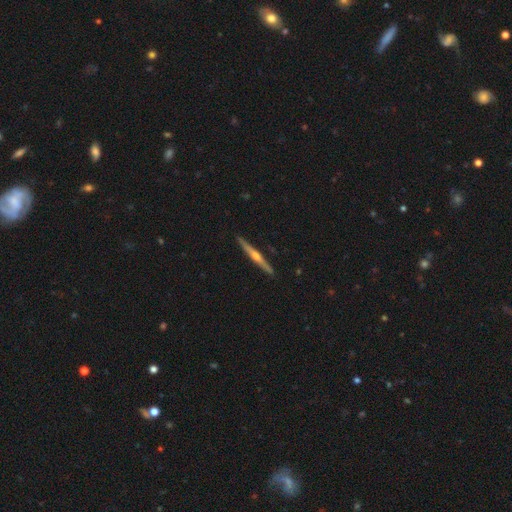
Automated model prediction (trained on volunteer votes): Smooth or featured? featured or disk (77%)
Edge-on disk? yes (98%)
Edge-on bulge? rounded (88%)
Merging? none (92%)